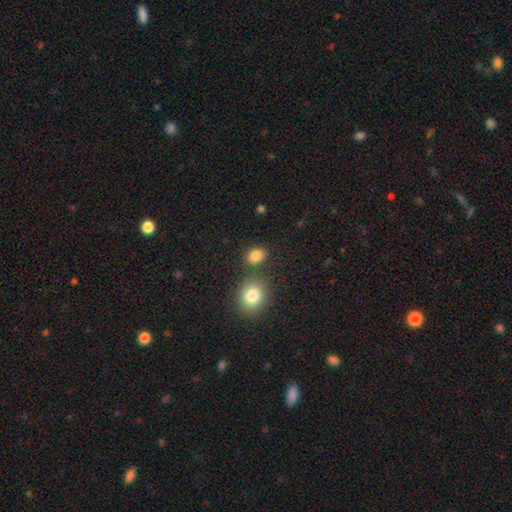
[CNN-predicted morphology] Q: Smooth or featured?
A: smooth (84%); runner-up: star or artifact (11%)
Q: How rounded?
A: in between (61%); runner-up: round (37%)
Q: Merging?
A: none (75%); runner-up: merger (11%)